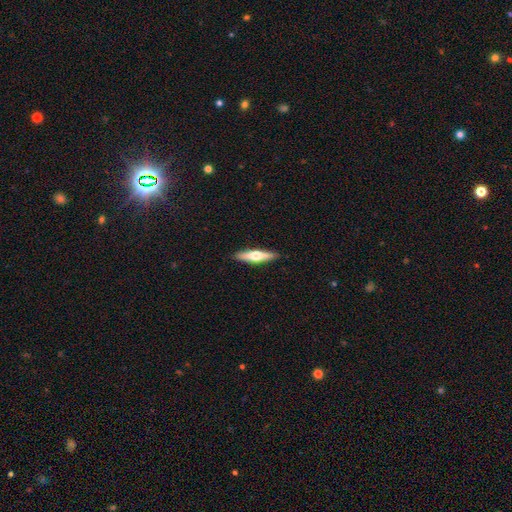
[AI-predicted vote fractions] A featured or disk galaxy (49%).

Vote fractions:
- Smooth or featured? featured or disk: 49% / smooth: 45% / star or artifact: 5%
- Merging? none: 91% / minor disturbance: 7% / major disturbance: 1% / merger: 1%